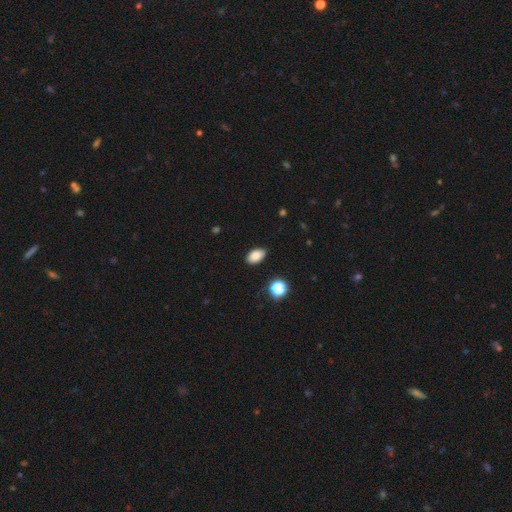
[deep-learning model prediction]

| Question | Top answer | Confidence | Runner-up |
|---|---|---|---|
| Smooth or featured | smooth | 86% | star or artifact (10%) |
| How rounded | in between | 91% | round (8%) |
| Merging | none | 86% | minor disturbance (11%) |